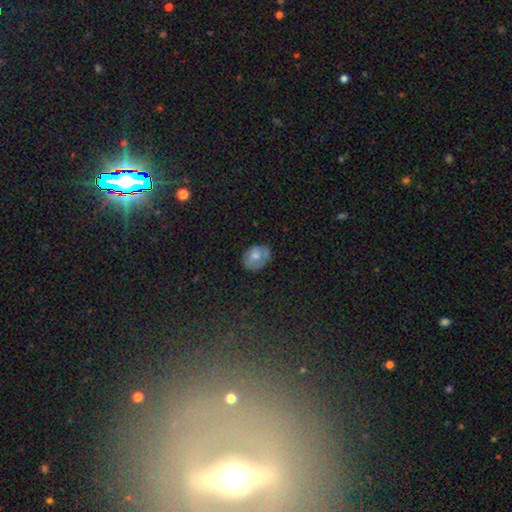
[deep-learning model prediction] A smooth galaxy with no disk features (63%) that is in between round and cigar-shaped (61%).

Vote fractions:
- Smooth or featured? smooth: 63% / featured or disk: 27% / star or artifact: 10%
- How rounded? in between: 61% / round: 38% / cigar-shaped: 1%
- Merging? none: 61% / minor disturbance: 27% / major disturbance: 7% / merger: 4%